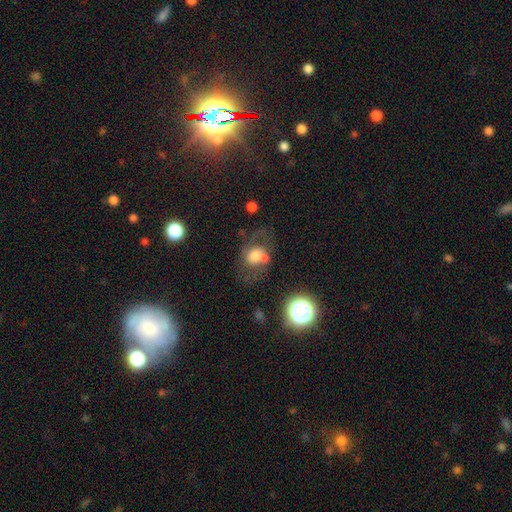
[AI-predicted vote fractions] Morphology: type=smooth (50%); merging=none (37%).